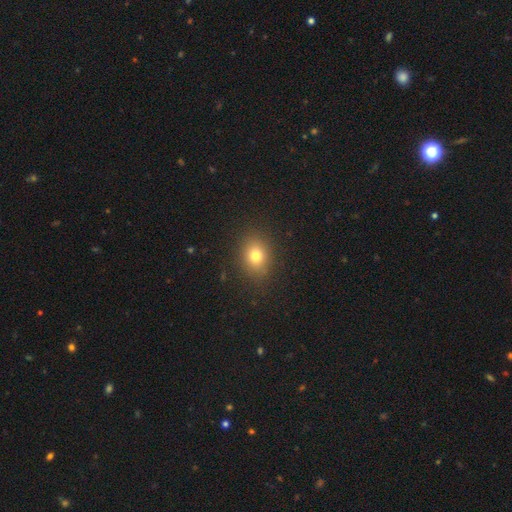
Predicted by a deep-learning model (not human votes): A smooth galaxy with no disk features (77%) that is in between round and cigar-shaped (51%). Merging: none (87%).